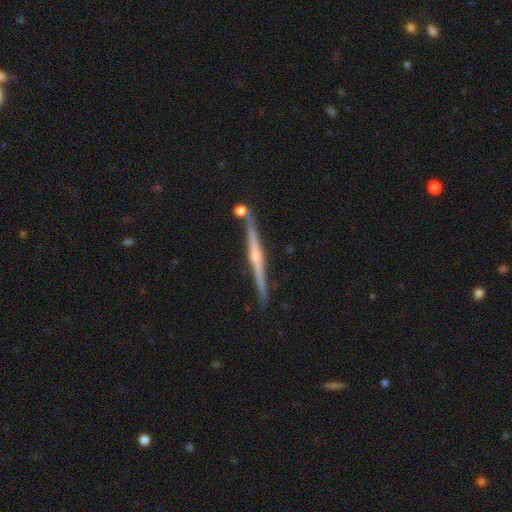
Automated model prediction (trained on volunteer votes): This is clearly a featured or disk galaxy (83%). It is clearly viewed edge-on (98%). Edge-on bulge: likely rounded (74%). Merging: clearly none (85%).